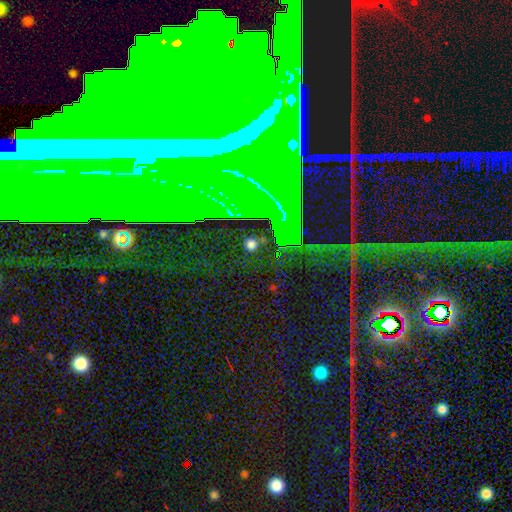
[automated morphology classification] Overall: star or artifact (82%).